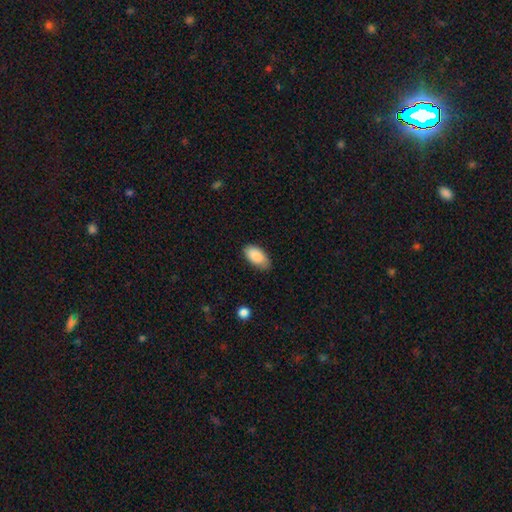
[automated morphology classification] Smooth or featured? Predicted: smooth (p=0.88). How rounded? Predicted: in between (p=0.94). Merging? Predicted: none (p=0.75).